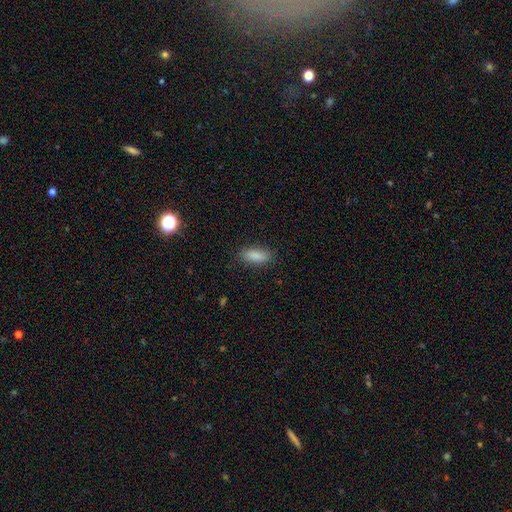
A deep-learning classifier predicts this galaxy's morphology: Smooth or featured? Predicted: smooth (p=0.88). How rounded? Predicted: in between (p=0.78). Merging? Predicted: none (p=0.86).